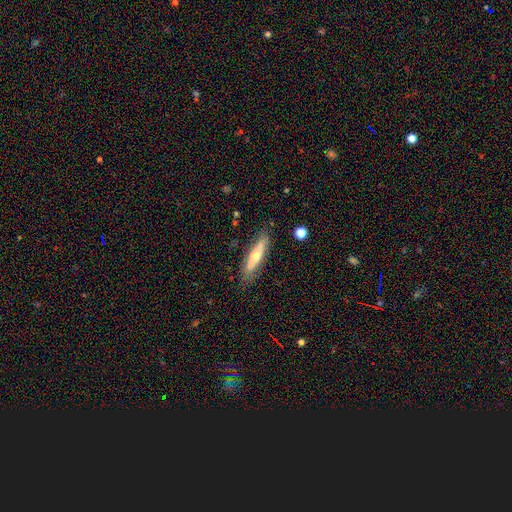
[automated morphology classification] Smooth or featured? Predicted: featured or disk (p=0.47, tied with smooth). Merging? Predicted: none (p=0.80).